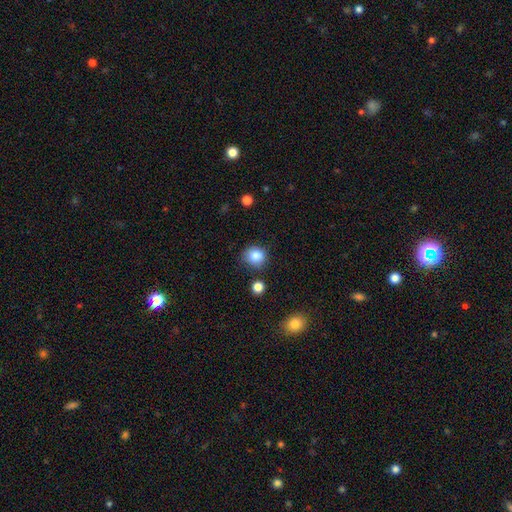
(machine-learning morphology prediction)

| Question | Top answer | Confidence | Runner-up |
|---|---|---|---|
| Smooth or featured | smooth | 84% | star or artifact (10%) |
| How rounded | round | 79% | in between (20%) |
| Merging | none | 74% | minor disturbance (17%) |